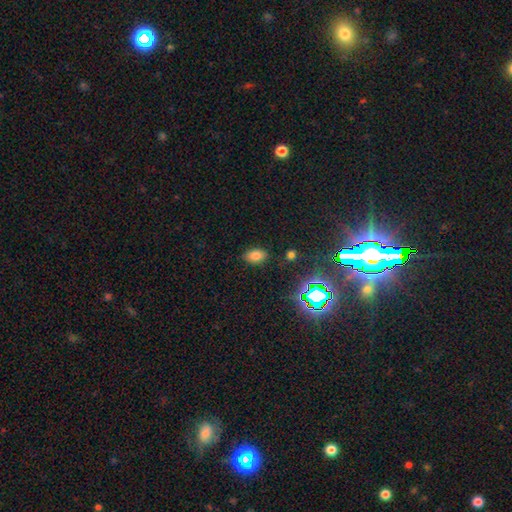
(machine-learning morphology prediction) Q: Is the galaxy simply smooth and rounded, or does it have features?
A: smooth — 75%.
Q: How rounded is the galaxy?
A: in between — 86%.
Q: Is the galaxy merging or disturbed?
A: none — 85%.